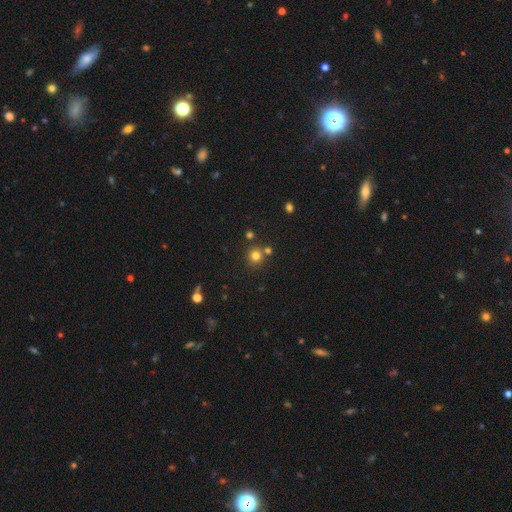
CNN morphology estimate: smooth-or-featured: smooth: 78% | star or artifact: 16% | featured or disk: 6%
  how-rounded: round: 92% | in between: 7% | cigar-shaped: 1%
  merging: none: 75% | merger: 15% | minor disturbance: 8% | major disturbance: 3%